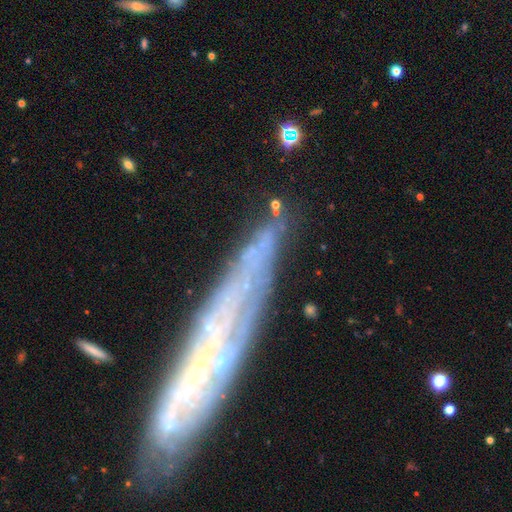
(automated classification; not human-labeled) Overall: featured or disk (60%; smooth 23%). Edge-on disk: yes (61%; no 39%). Merging: none (74%).